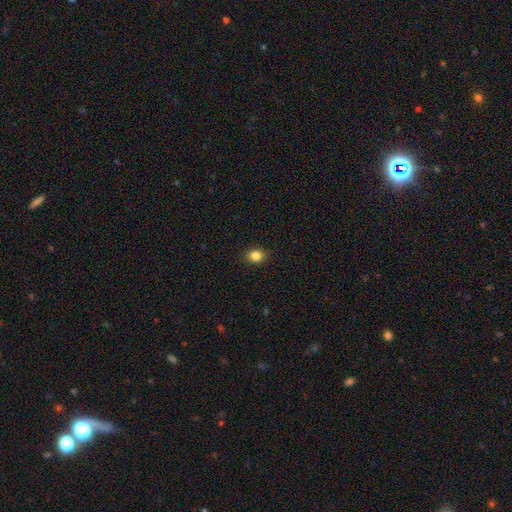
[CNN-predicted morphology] Smooth or featured?
  - smooth: 84% *
  - star or artifact: 10%
  - featured or disk: 5%
How rounded?
  - in between: 52% *
  - round: 47%
  - cigar-shaped: 1%
Merging?
  - none: 89% *
  - minor disturbance: 8%
  - major disturbance: 2%
  - merger: 1%